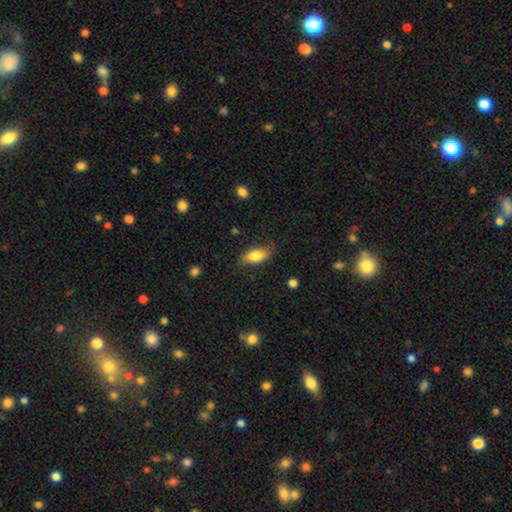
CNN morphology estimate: This is clearly a smooth galaxy (81%). How rounded: clearly in between (85%). Merging: likely none (77%).